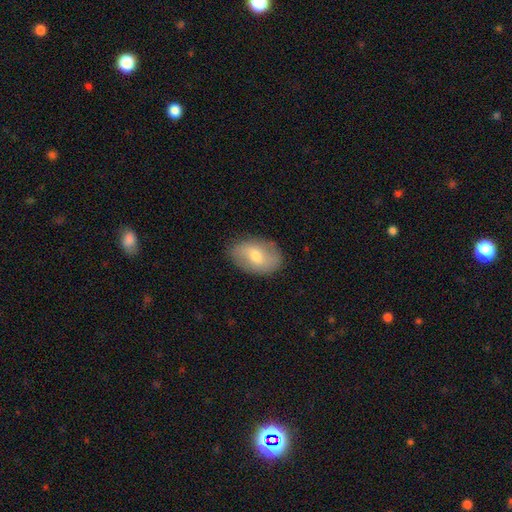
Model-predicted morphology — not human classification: Smooth or featured? smooth (56%)
How rounded? in between (85%)
Merging? none (83%)